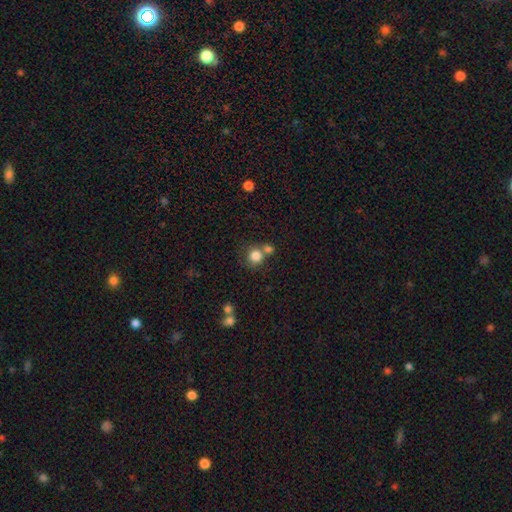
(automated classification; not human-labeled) This is clearly a smooth galaxy (82%). How rounded: clearly round (87%). Merging: possibly none (54%).